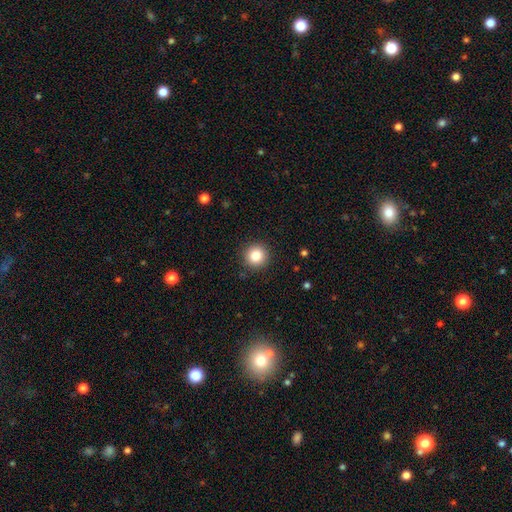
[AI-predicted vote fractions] The model was most divided on "smooth or featured": smooth: 83%, star or artifact: 10%, featured or disk: 6%. More confident: how rounded — round (95%); merging — none (91%).